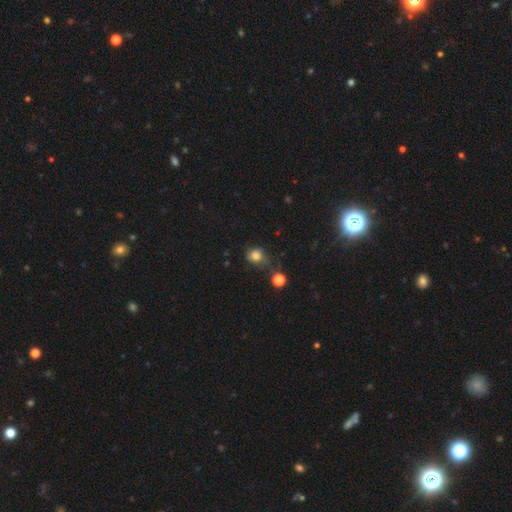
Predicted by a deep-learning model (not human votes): Smooth or featured?
  - smooth: 75% *
  - star or artifact: 13%
  - featured or disk: 12%
How rounded?
  - round: 70% *
  - in between: 29%
  - cigar-shaped: 1%
Merging?
  - none: 50% *
  - minor disturbance: 27%
  - major disturbance: 15%
  - merger: 8%